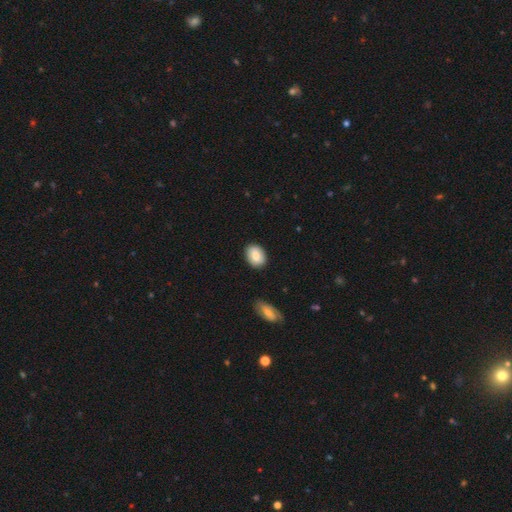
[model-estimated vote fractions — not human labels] This is likely a smooth galaxy (80%). How rounded: likely in between (72%). Merging: clearly none (86%).